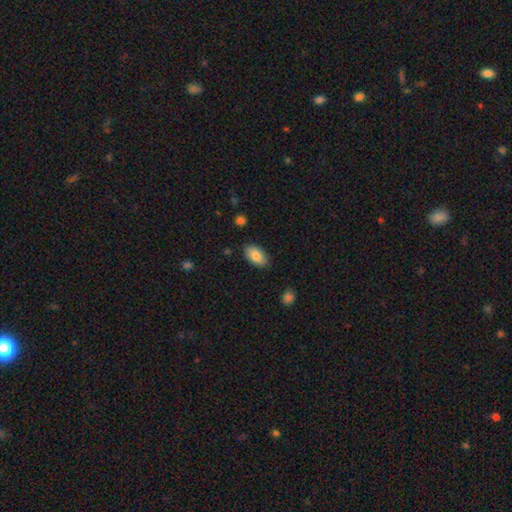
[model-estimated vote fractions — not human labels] Smooth or featured? Predicted: smooth (p=0.84). How rounded? Predicted: in between (p=0.94). Merging? Predicted: none (p=0.86).